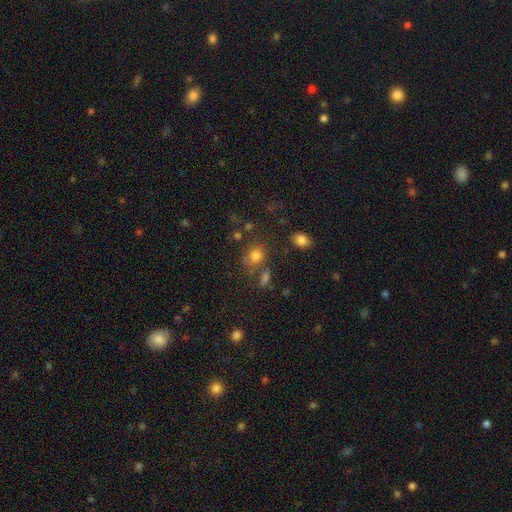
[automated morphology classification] smooth 76%, star or artifact 16%, featured or disk 8%. Down the decision tree: how rounded — round (71%); merging — none (66%).